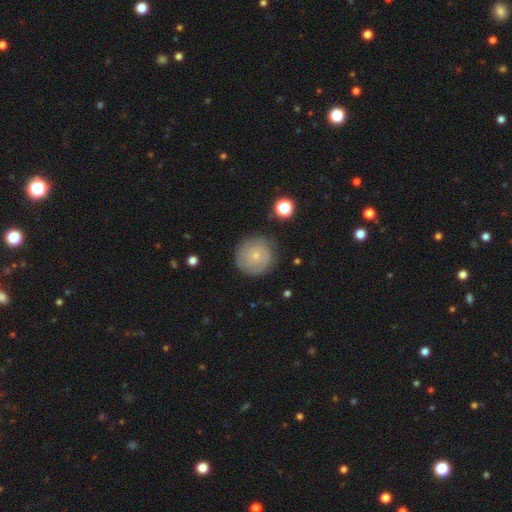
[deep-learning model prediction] This is possibly a featured or disk galaxy (54%). It is clearly not viewed edge-on (98%). Bar: clearly no (83%). Spiral arm pattern: likely yes (79%). Central bulge: clearly small (81%). Merging: likely none (78%).